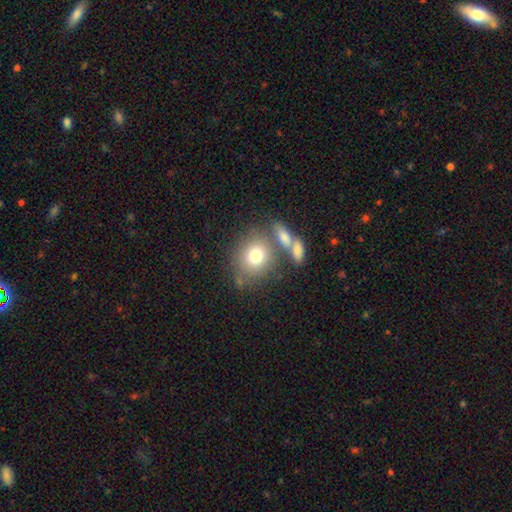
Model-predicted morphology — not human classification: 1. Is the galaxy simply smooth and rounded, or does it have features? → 74% smooth, 16% featured or disk, 10% star or artifact.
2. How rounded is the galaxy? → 74% round, 25% in between, 1% cigar-shaped.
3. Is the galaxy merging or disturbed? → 58% none, 23% merger, 13% minor disturbance, 6% major disturbance.